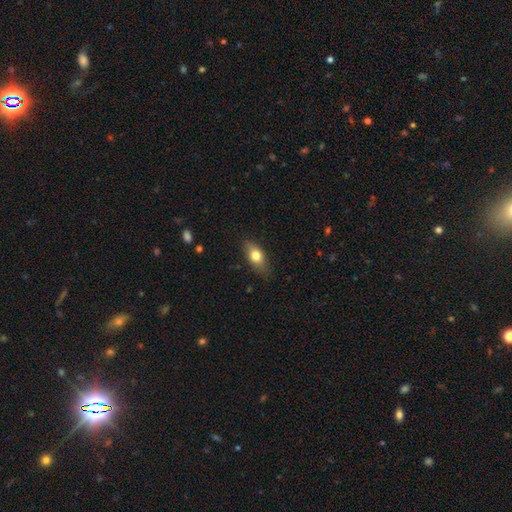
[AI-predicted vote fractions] A smooth galaxy with no disk features (75%) that is in between round and cigar-shaped (84%).

Vote fractions:
- Smooth or featured? smooth: 75% / featured or disk: 17% / star or artifact: 7%
- How rounded? in between: 84% / cigar-shaped: 8% / round: 8%
- Merging? none: 77% / minor disturbance: 19% / major disturbance: 4% / merger: 1%